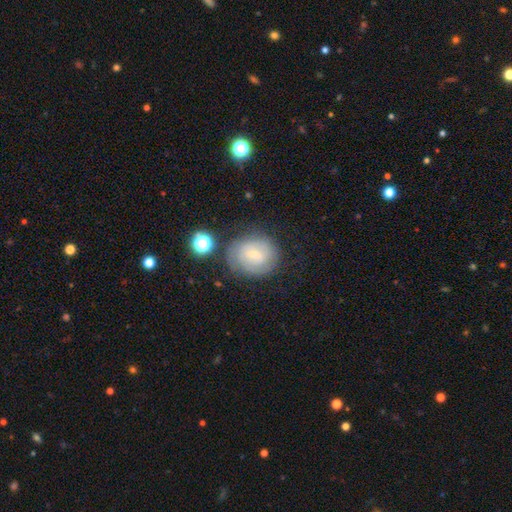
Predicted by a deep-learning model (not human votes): smooth-or-featured: featured or disk: 48% | smooth: 40% | star or artifact: 13%
  merging: none: 73% | minor disturbance: 17% | major disturbance: 6% | merger: 4%